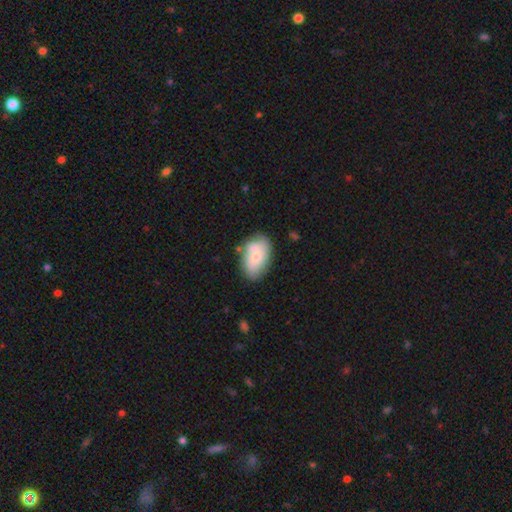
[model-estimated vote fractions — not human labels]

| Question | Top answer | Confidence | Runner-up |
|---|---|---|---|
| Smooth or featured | smooth | 64% | featured or disk (29%) |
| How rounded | in between | 90% | round (9%) |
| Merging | none | 57% | minor disturbance (20%) |